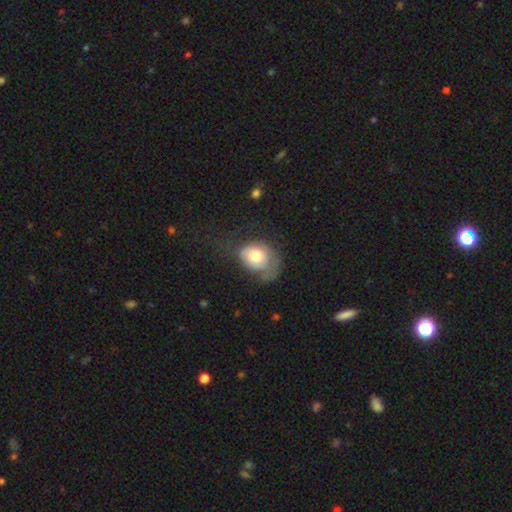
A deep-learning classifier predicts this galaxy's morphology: type=smooth (71%); roundness=in between (50%); merging=major disturbance (35%).